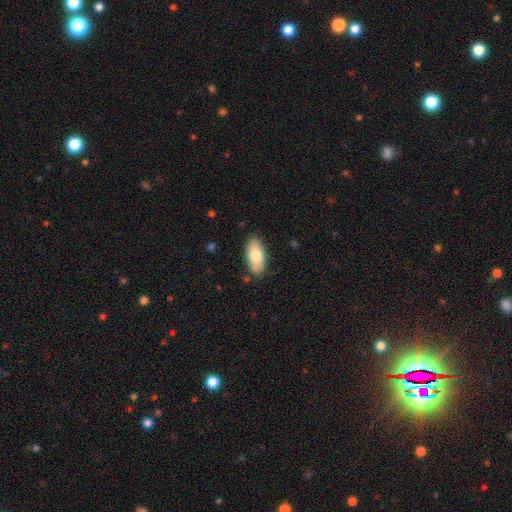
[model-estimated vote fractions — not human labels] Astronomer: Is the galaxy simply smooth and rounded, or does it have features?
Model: smooth — 76%.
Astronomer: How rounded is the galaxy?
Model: in between — 89%.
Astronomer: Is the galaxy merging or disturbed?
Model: none — 85%.